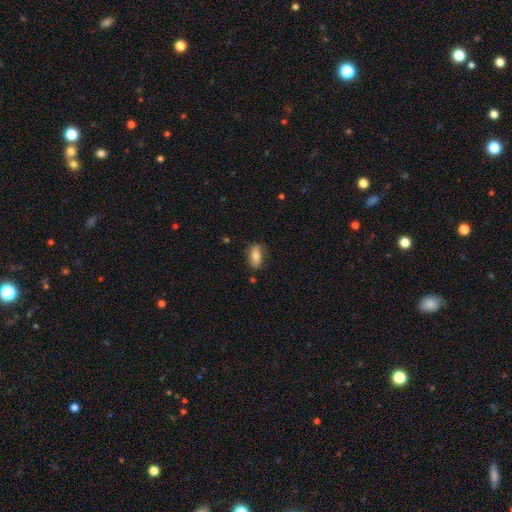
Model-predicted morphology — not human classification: type=smooth (70%); roundness=in between (85%); merging=none (77%).